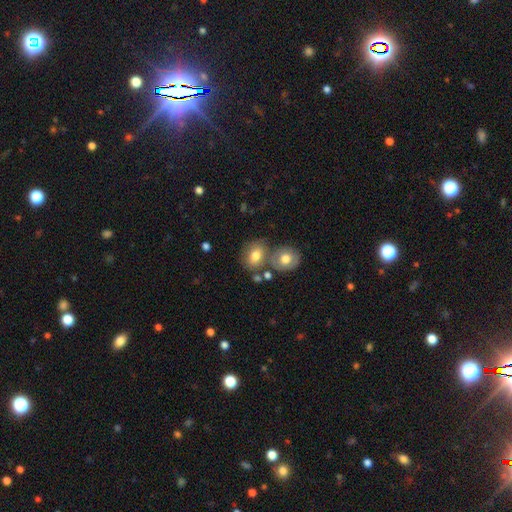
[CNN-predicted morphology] The model was most divided on "how rounded": in between: 54%, round: 45%, cigar-shaped: 1%. Remaining: smooth or featured — smooth (75%); merging — none (46%).